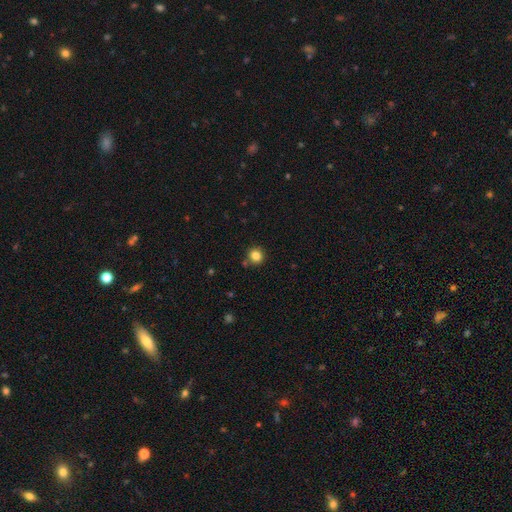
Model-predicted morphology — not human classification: This appears to be a smooth galaxy with no disk features (84%) that is round (92%). Merging: none (84%).